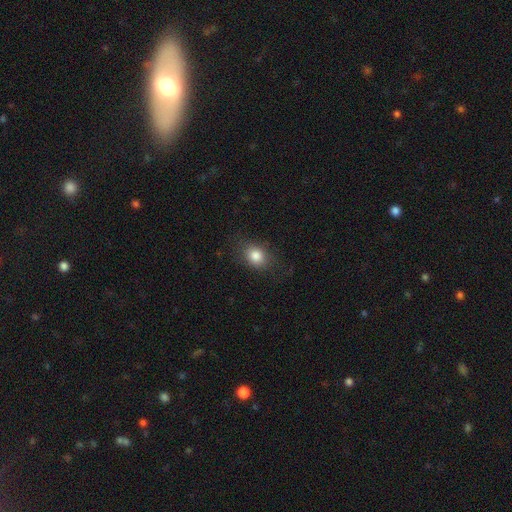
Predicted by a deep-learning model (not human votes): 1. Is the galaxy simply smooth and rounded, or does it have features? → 84% smooth, 10% star or artifact, 7% featured or disk.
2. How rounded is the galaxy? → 55% in between, 44% round, 1% cigar-shaped.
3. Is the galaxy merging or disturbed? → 80% none, 14% minor disturbance, 5% major disturbance, 1% merger.